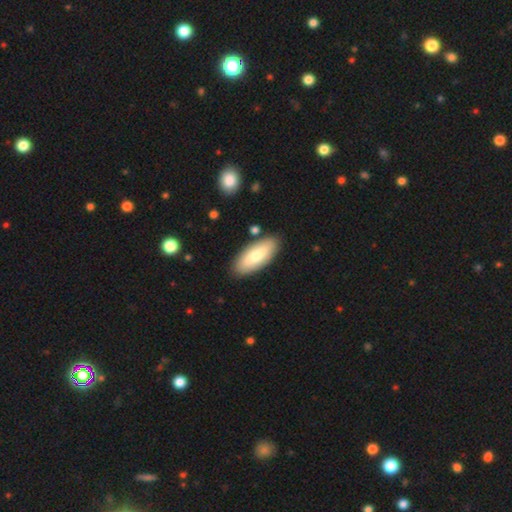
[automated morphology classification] type=smooth (68%); roundness=in between (81%); merging=none (85%).